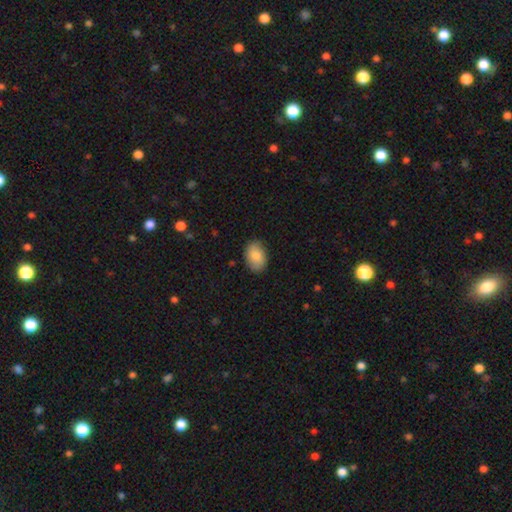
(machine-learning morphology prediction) Smooth or featured: smooth — 84% (featured or disk — 10%)
How rounded: in between — 85% (round — 14%)
Merging: none — 86% (minor disturbance — 11%)